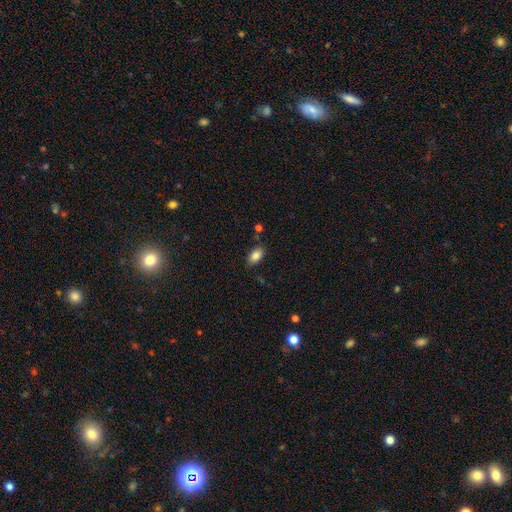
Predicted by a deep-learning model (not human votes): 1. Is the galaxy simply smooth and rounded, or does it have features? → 84% smooth, 8% star or artifact, 8% featured or disk.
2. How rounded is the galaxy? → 91% in between, 7% round, 2% cigar-shaped.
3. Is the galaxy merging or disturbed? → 82% none, 12% minor disturbance, 3% merger, 3% major disturbance.